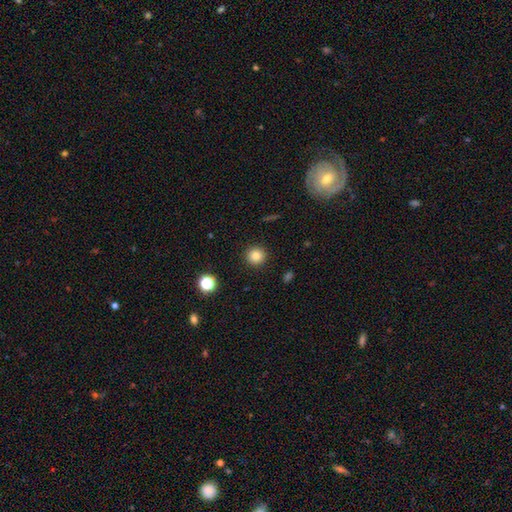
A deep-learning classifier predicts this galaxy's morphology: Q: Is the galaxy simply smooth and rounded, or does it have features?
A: smooth — 83%.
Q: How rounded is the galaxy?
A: round — 94%.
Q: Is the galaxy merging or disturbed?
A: none — 92%.